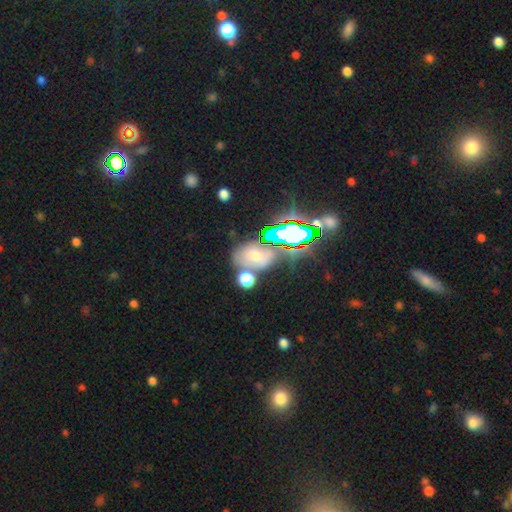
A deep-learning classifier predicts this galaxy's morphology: Smooth or featured: star or artifact — 48% (smooth — 33%)